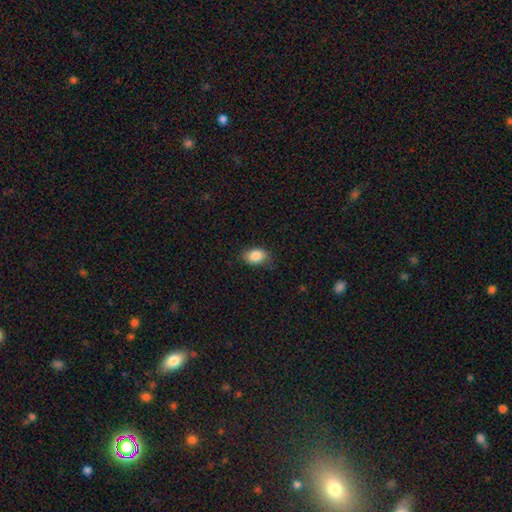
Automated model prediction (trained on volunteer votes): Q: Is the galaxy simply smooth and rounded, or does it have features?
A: smooth — 87%.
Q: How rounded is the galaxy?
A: in between — 81%.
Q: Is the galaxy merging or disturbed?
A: none — 74%.